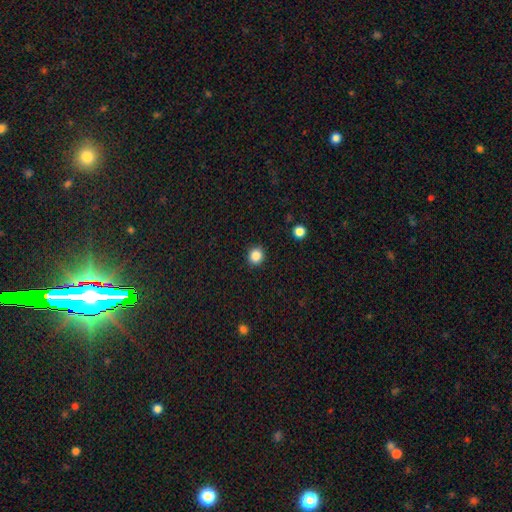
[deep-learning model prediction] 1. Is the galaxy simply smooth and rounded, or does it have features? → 86% smooth, 11% star or artifact, 3% featured or disk.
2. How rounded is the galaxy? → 86% round, 13% in between, 1% cigar-shaped.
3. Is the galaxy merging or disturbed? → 91% none, 6% minor disturbance, 2% major disturbance, 1% merger.